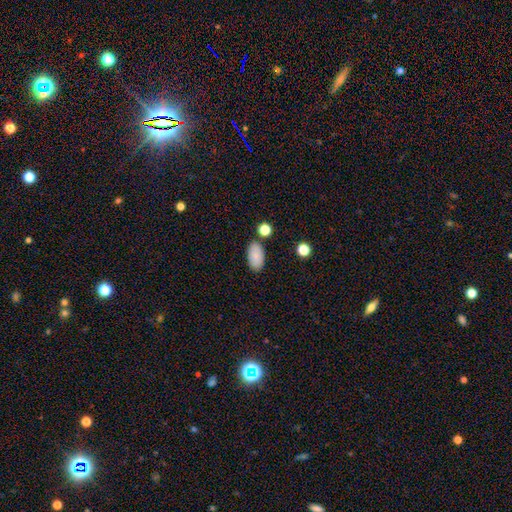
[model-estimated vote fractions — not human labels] The model was most divided on "merging": none: 84%, minor disturbance: 10%, merger: 4%, major disturbance: 2%. More confident: how rounded — in between (95%); smooth or featured — smooth (87%).